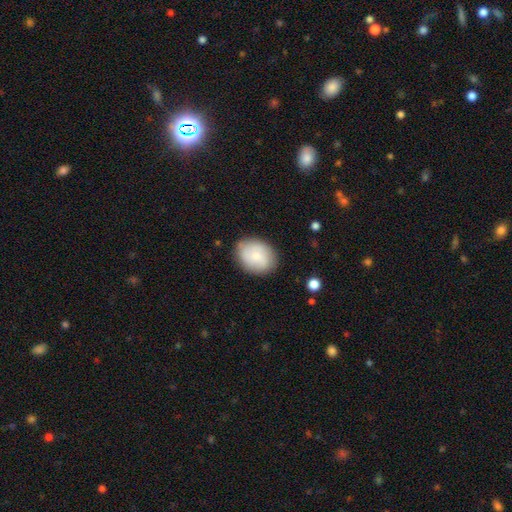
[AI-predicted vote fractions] Smooth or featured: smooth — 75% (featured or disk — 18%)
How rounded: in between — 61% (round — 38%)
Merging: none — 82% (minor disturbance — 13%)